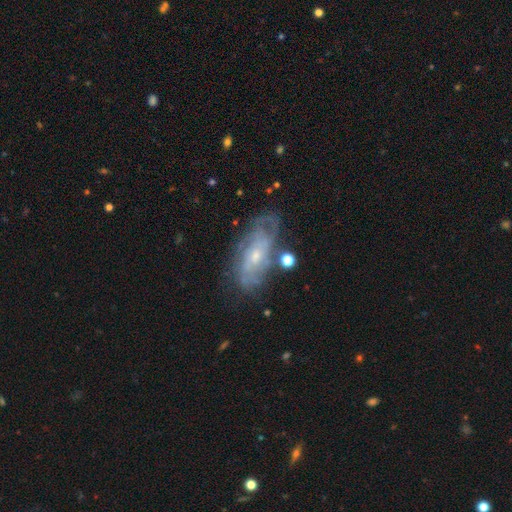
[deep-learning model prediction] smooth_or_featured: featured or disk (p=0.76) [alt: smooth p=0.17]
disk_edge_on: no (p=0.91) [alt: yes p=0.09]
bar: no (p=0.67) [alt: weak p=0.28]
has_spiral_arms: yes (p=0.85) [alt: no p=0.15]
spiral_winding: tight (p=0.56) [alt: medium p=0.33]
spiral_arm_count: can't tell (p=0.52) [alt: 2 p=0.22]
bulge_size: small (p=0.63) [alt: moderate p=0.32]
merging: none (p=0.64) [alt: minor disturbance p=0.21]